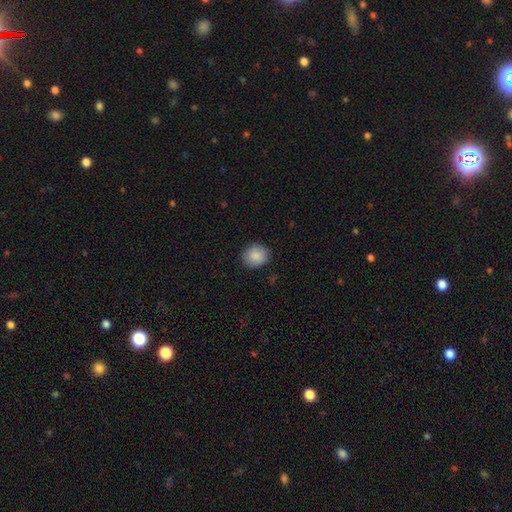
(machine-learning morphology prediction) The model was most divided on "how rounded": round: 82%, in between: 17%, cigar-shaped: 1%. More confident: merging — none (89%); smooth or featured — smooth (88%).